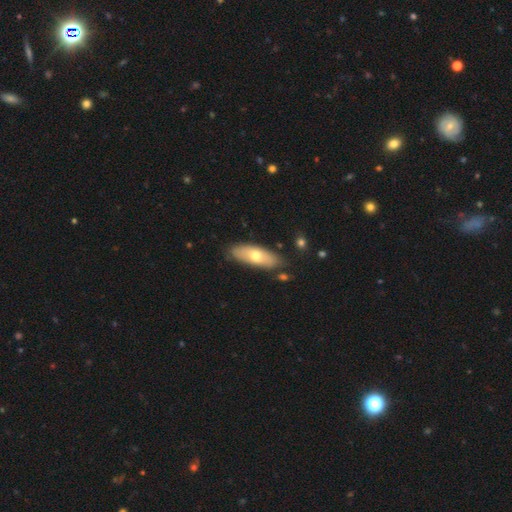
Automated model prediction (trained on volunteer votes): A smooth galaxy with no disk features (62%) that is in between round and cigar-shaped (67%).

Vote fractions:
- Smooth or featured? smooth: 62% / featured or disk: 32% / star or artifact: 6%
- How rounded? in between: 67% / cigar-shaped: 30% / round: 2%
- Merging? none: 81% / minor disturbance: 13% / merger: 3% / major disturbance: 3%